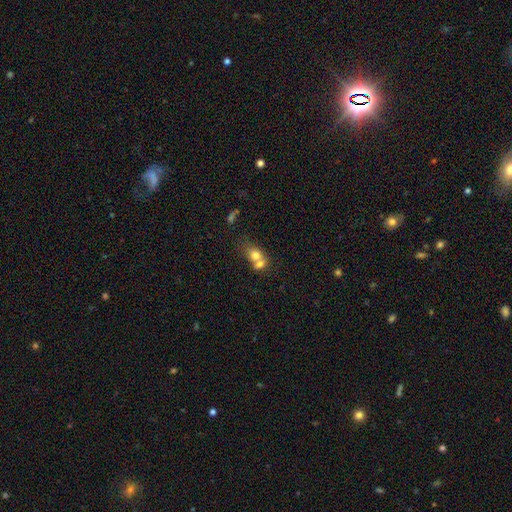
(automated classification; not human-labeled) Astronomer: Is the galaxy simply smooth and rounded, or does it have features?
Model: smooth — 71%.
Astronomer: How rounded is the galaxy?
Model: in between — 56% (runner-up: round, 42%).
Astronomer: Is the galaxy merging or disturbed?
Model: merger — 67%.